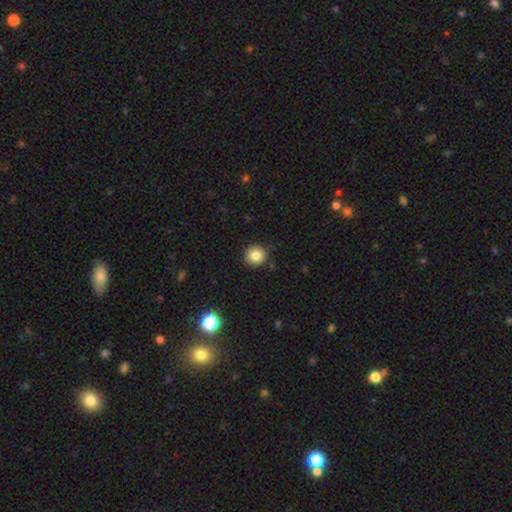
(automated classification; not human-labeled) Smooth or featured? Predicted: smooth (p=0.83). How rounded? Predicted: round (p=0.92). Merging? Predicted: none (p=0.89).